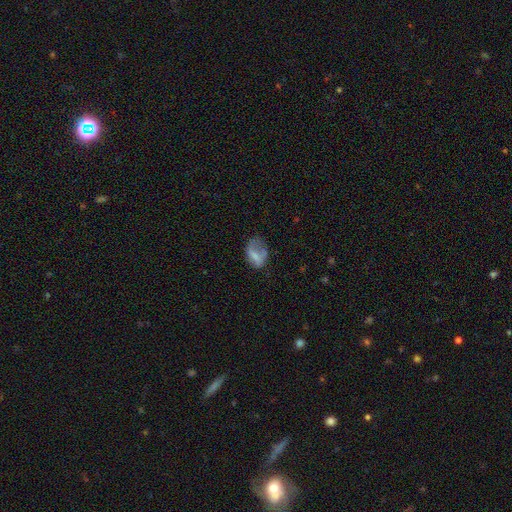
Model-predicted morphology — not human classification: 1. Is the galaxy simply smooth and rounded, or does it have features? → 58% smooth, 33% featured or disk, 10% star or artifact.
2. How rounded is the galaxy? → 82% in between, 15% round, 3% cigar-shaped.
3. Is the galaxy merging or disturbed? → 34% none, 32% major disturbance, 30% minor disturbance, 4% merger.